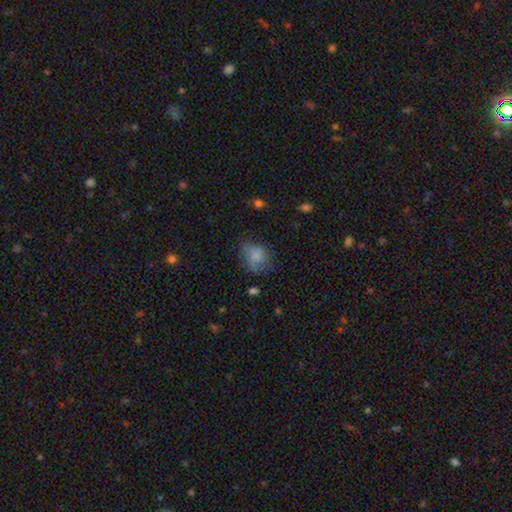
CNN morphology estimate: This appears to be a smooth galaxy with no disk features (78%) that is round (61%). Merging: none (55%).